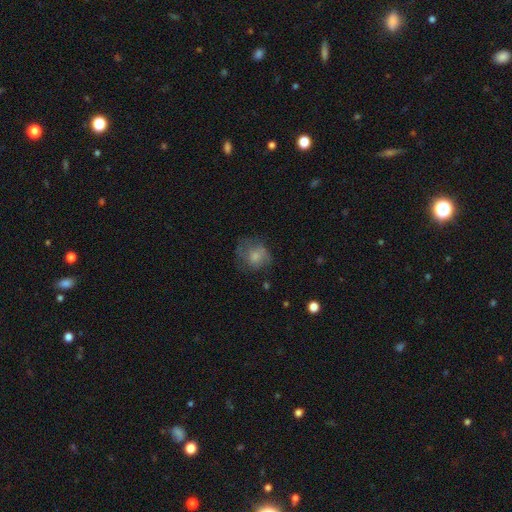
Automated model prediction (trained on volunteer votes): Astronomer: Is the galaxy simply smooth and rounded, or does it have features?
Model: smooth — 63%.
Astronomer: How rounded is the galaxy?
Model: round — 73%.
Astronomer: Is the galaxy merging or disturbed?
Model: none — 50% (runner-up: minor disturbance, 25%).